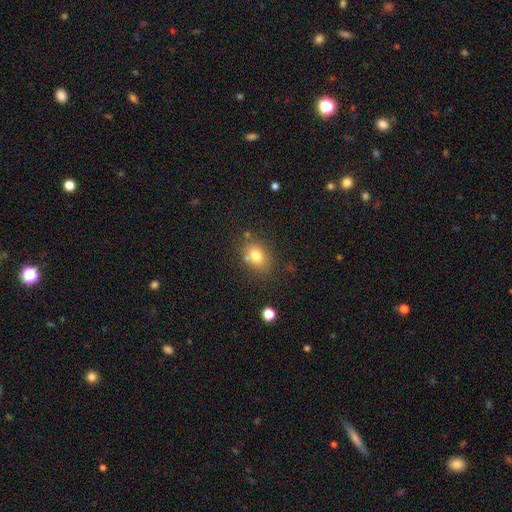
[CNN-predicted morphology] A smooth galaxy with no disk features (76%) that is in between round and cigar-shaped (66%).

Vote fractions:
- Smooth or featured? smooth: 76% / featured or disk: 12% / star or artifact: 12%
- How rounded? in between: 66% / round: 33% / cigar-shaped: 1%
- Merging? none: 73% / minor disturbance: 14% / merger: 8% / major disturbance: 4%